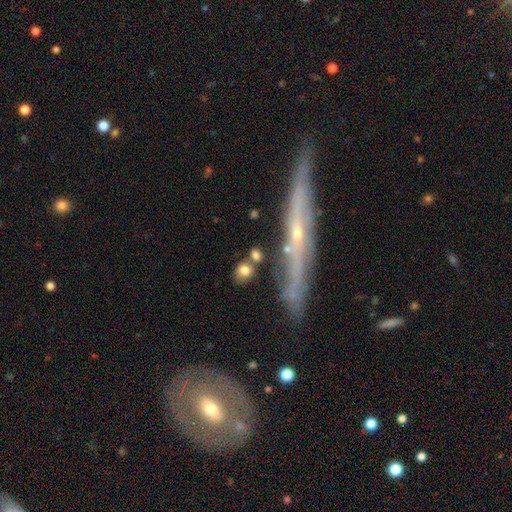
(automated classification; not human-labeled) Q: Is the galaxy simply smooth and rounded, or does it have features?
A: smooth — 75%.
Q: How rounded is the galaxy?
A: round — 62%.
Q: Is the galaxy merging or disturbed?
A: none — 70%.